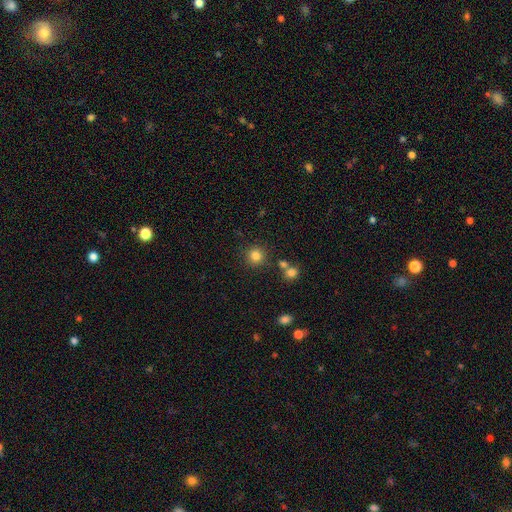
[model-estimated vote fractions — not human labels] smooth 82%, star or artifact 13%, featured or disk 5%. Down the decision tree: how rounded — round (94%); merging — none (84%).